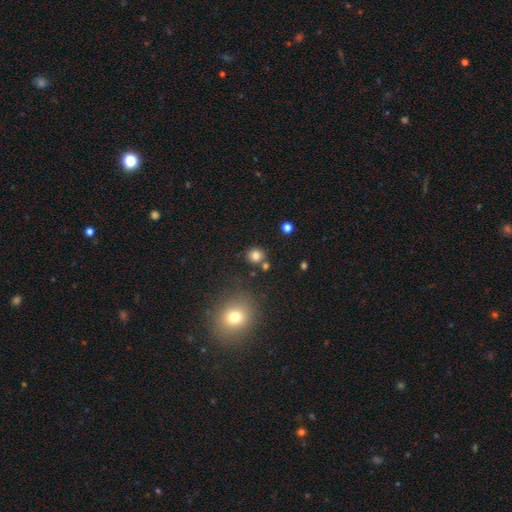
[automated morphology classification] Smooth or featured? smooth (80%)
How rounded? round (85%)
Merging? none (78%)